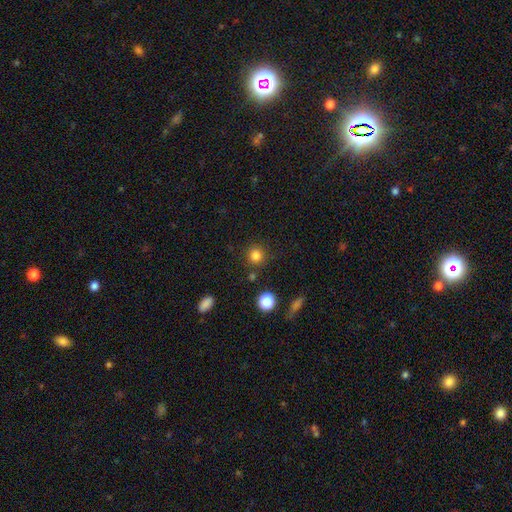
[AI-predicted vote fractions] A smooth galaxy with no disk features (83%) that is round (92%).

Vote fractions:
- Smooth or featured? smooth: 83% / star or artifact: 12% / featured or disk: 5%
- How rounded? round: 92% / in between: 7% / cigar-shaped: 1%
- Merging? none: 85% / minor disturbance: 8% / merger: 4% / major disturbance: 3%